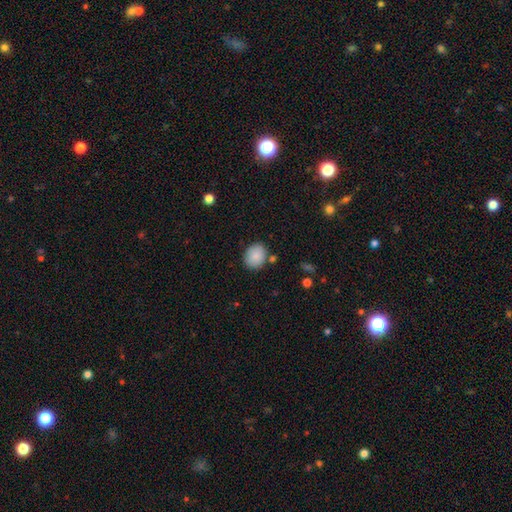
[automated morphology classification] Smooth or featured?
  - smooth: 88% *
  - star or artifact: 7%
  - featured or disk: 5%
How rounded?
  - round: 58% *
  - in between: 41%
  - cigar-shaped: 1%
Merging?
  - none: 82% *
  - minor disturbance: 11%
  - merger: 5%
  - major disturbance: 3%